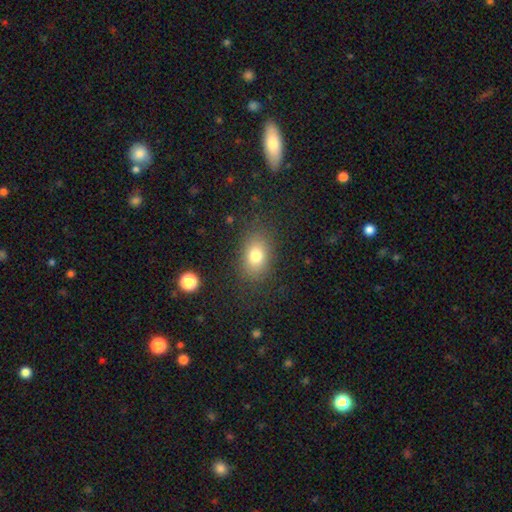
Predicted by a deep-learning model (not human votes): smooth-or-featured: smooth: 77% | star or artifact: 12% | featured or disk: 12%
  how-rounded: in between: 76% | round: 22% | cigar-shaped: 2%
  merging: none: 82% | minor disturbance: 11% | major disturbance: 5% | merger: 1%